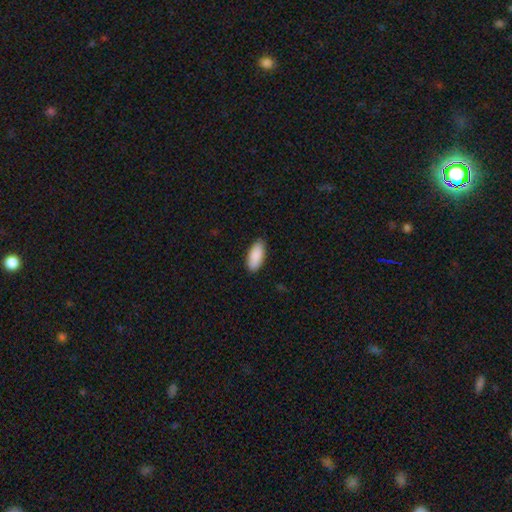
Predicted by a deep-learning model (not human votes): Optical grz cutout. It shows a smooth galaxy with no disk features (91%) that is in between round and cigar-shaped (89%). Merging: none (87%).